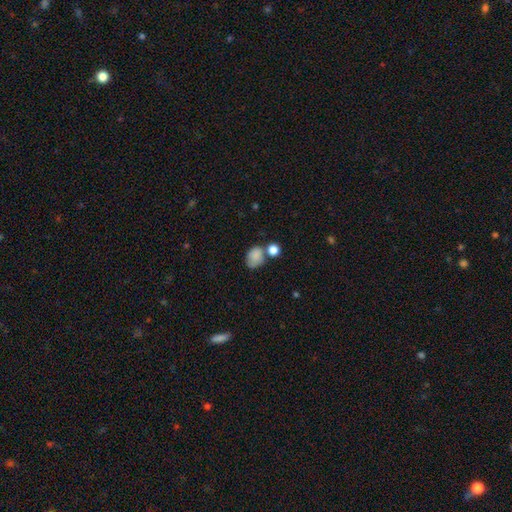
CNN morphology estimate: A smooth galaxy with no disk features (82%) that is in between round and cigar-shaped (59%). Merging: none (45%).